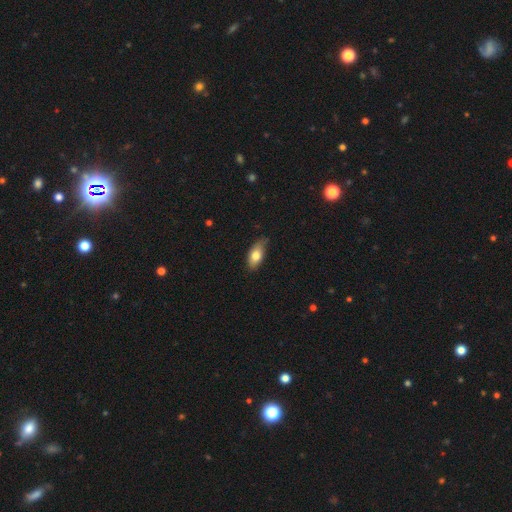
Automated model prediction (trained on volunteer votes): Smooth or featured? smooth (76%)
How rounded? in between (87%)
Merging? none (67%)